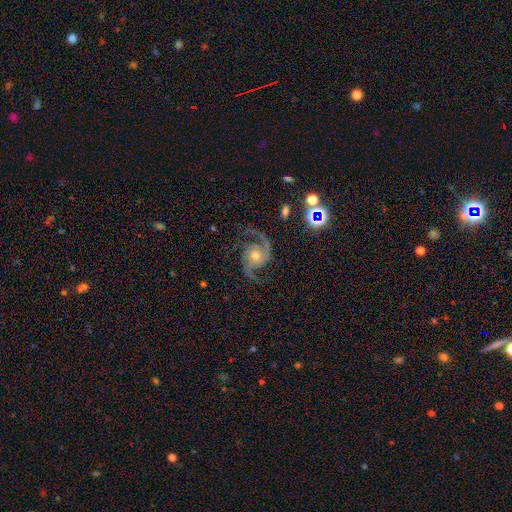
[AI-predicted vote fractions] Smooth or featured?
  - featured or disk: 90% *
  - star or artifact: 7%
  - smooth: 3%
Edge-on disk?
  - no: 98% *
  - yes: 2%
Bar?
  - no: 69% *
  - weak: 24%
  - strong: 7%
Spiral arms?
  - yes: 98% *
  - no: 2%
Spiral winding?
  - medium: 58% *
  - loose: 27%
  - tight: 15%
Spiral arm count?
  - 2: 92% *
  - 3: 3%
  - can't tell: 2%
  - 1: 1%
  - 4: 1%
  - more than 4: 1%
Bulge size?
  - moderate: 63% *
  - small: 28%
  - large: 6%
  - none: 2%
  - dominant: 1%
Merging?
  - none: 77% *
  - minor disturbance: 14%
  - major disturbance: 8%
  - merger: 2%